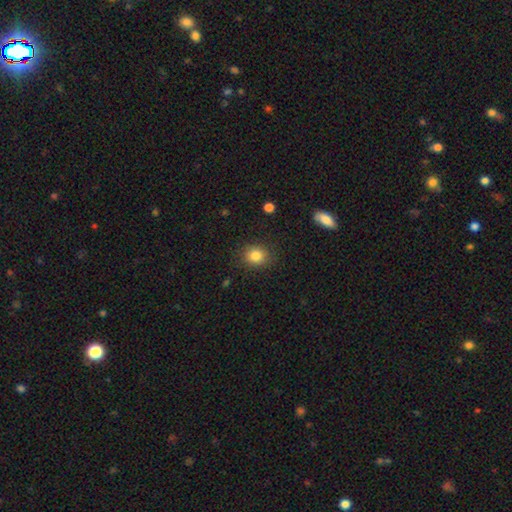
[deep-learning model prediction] Overall: smooth (83%). How rounded: round (71%). Merging: none (87%).